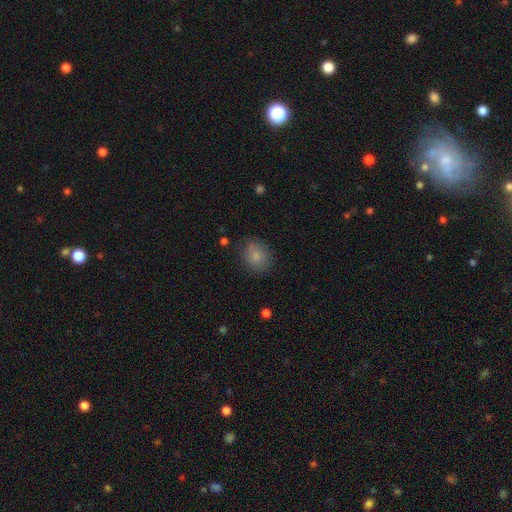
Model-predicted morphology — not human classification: A smooth galaxy with no disk features (79%) that is round (59%).

Vote fractions:
- Smooth or featured? smooth: 79% / featured or disk: 11% / star or artifact: 10%
- How rounded? round: 59% / in between: 40% / cigar-shaped: 1%
- Merging? none: 76% / minor disturbance: 17% / major disturbance: 4% / merger: 3%